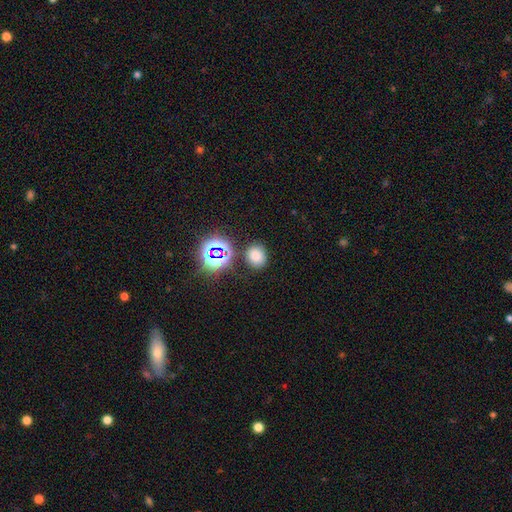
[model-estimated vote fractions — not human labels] smooth-or-featured: smooth: 71% | star or artifact: 22% | featured or disk: 7%
  how-rounded: round: 65% | in between: 33% | cigar-shaped: 1%
  merging: none: 80% | minor disturbance: 11% | merger: 6% | major disturbance: 3%